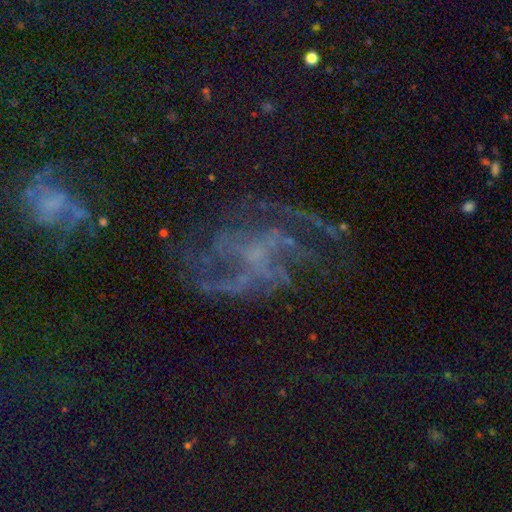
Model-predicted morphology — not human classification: This is likely a featured or disk galaxy (70%). It is clearly not viewed edge-on (97%). Bar: likely no (61%). Spiral arm pattern: clearly yes (82%). Spiral arm count: marginally can't tell (33%). Spiral winding: marginally loose (41%). Central bulge: possibly none (45%). Merging: possibly none (50%).